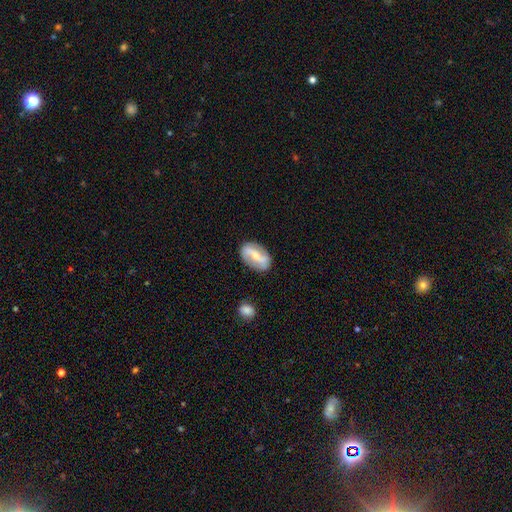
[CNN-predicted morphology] Smooth or featured? Predicted: featured or disk (p=0.73). Edge-on disk? Predicted: no (p=0.94). Bar? Predicted: strong (p=0.54). Spiral arms? Predicted: yes (p=0.81). Spiral winding? Predicted: loose (p=0.50). Spiral arm count? Predicted: 2 (p=0.89). Bulge size? Predicted: moderate (p=0.49). Merging? Predicted: none (p=0.82).